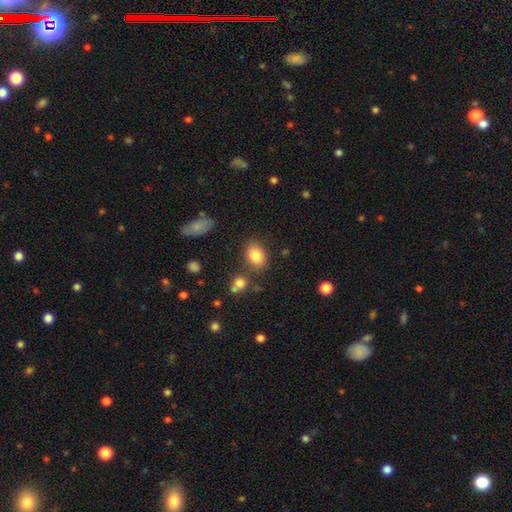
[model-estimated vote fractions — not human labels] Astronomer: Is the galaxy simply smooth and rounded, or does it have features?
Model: smooth — 83%.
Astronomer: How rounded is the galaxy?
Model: in between — 75%.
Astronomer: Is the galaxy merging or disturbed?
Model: none — 75%.